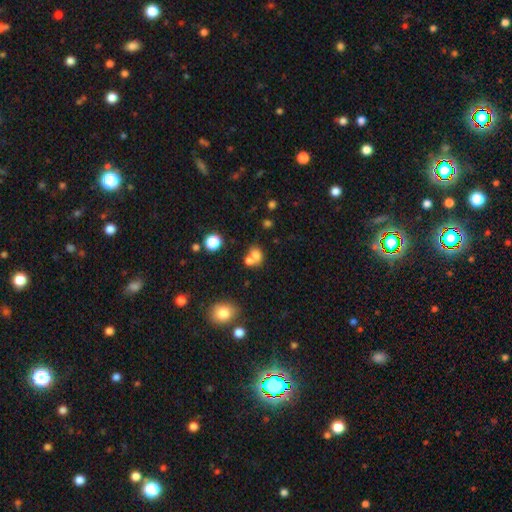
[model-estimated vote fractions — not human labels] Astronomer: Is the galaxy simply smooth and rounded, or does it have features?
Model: smooth — 72%.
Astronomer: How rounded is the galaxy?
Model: round — 52% (runner-up: in between, 47%).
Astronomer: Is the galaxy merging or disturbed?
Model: merger — 50% (runner-up: none, 35%).